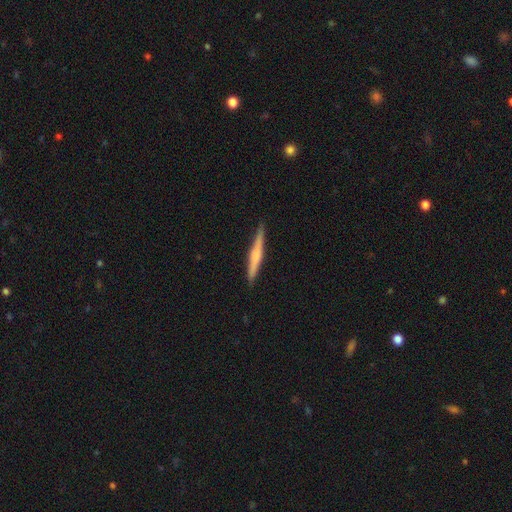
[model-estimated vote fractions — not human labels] smooth-or-featured: featured or disk: 55% | smooth: 40% | star or artifact: 5%
  disk-edge-on: yes: 98% | no: 2%
    edge-on-bulge: rounded: 60% | none: 24% | boxy: 17%
  merging: none: 91% | minor disturbance: 7% | major disturbance: 1% | merger: 1%